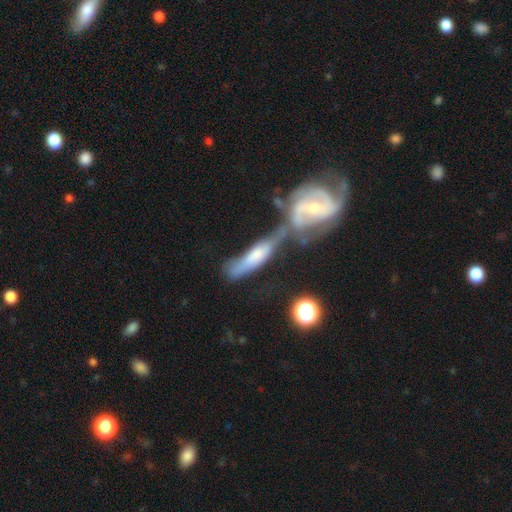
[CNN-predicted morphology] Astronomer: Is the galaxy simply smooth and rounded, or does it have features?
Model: featured or disk — 52% (runner-up: smooth, 39%).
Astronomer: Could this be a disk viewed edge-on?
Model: no — 50%, tied with yes at 50%.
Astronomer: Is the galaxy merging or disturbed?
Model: merger — 55%.